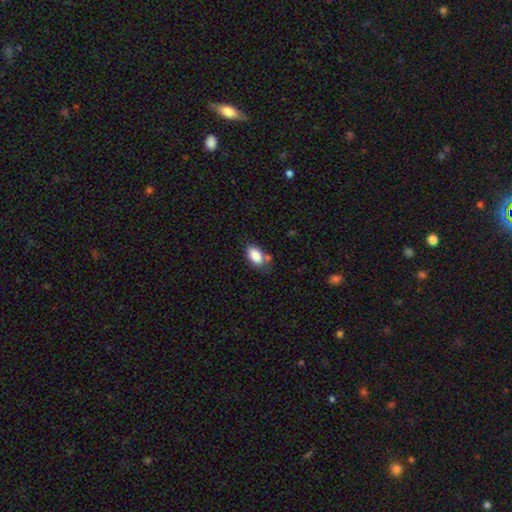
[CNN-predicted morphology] Smooth or featured? Predicted: smooth (p=0.85). How rounded? Predicted: in between (p=0.91). Merging? Predicted: none (p=0.60).